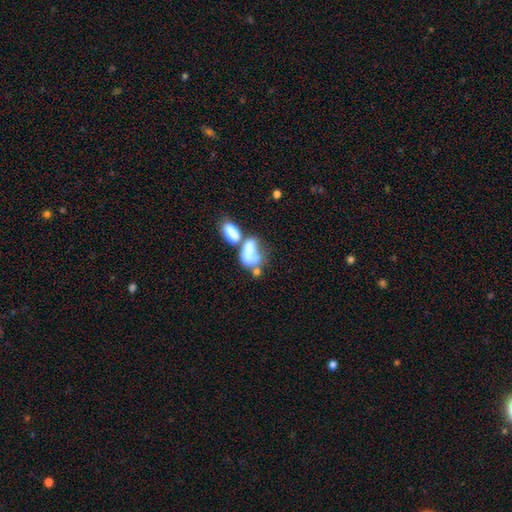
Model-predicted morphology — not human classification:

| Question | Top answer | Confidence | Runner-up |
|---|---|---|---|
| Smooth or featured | smooth | 62% | featured or disk (28%) |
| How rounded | in between | 86% | round (8%) |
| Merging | merger | 65% | major disturbance (14%) |